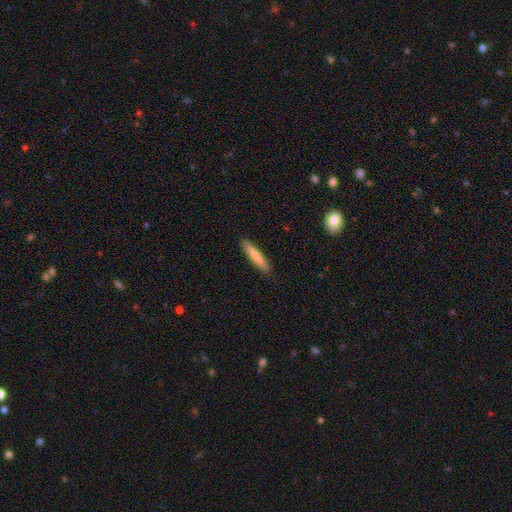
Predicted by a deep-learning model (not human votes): This appears to be a smooth galaxy with no disk features (73%) that is cigar-shaped (92%). Merging: none (91%).